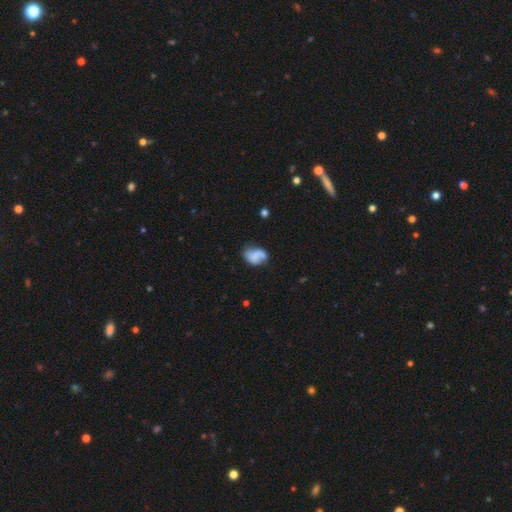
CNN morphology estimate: This appears to be a smooth galaxy with no disk features (63%) that is in between round and cigar-shaped (71%). Merging: none (45%).